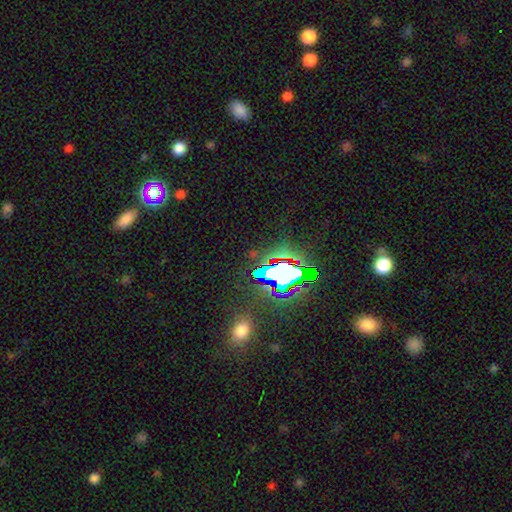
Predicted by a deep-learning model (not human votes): smooth-or-featured: star or artifact: 72% | smooth: 16% | featured or disk: 12%